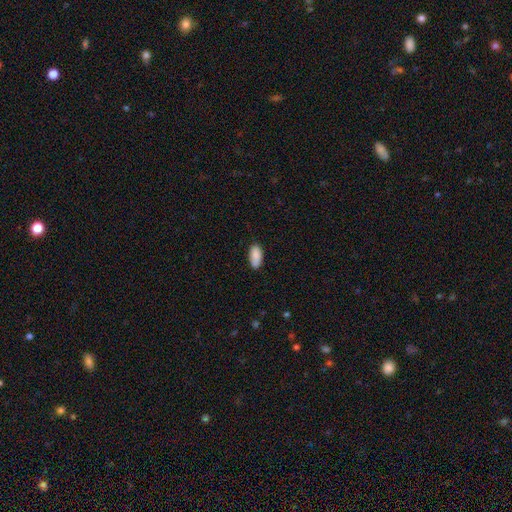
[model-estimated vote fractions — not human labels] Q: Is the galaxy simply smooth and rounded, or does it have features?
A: smooth — 88%.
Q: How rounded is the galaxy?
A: in between — 91%.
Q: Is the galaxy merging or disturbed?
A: none — 79%.